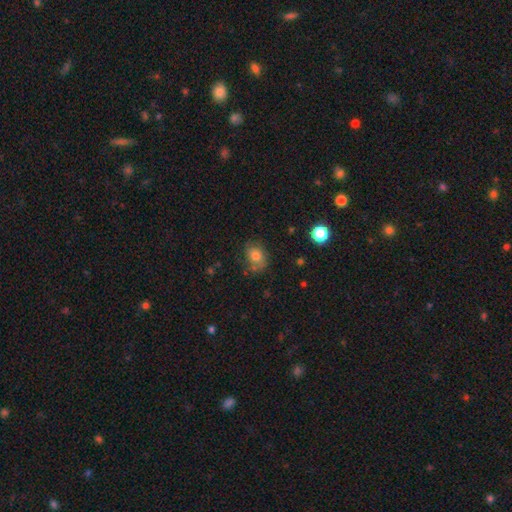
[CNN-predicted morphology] A smooth galaxy with no disk features (74%) that is in between round and cigar-shaped (62%). Merging: none (68%).